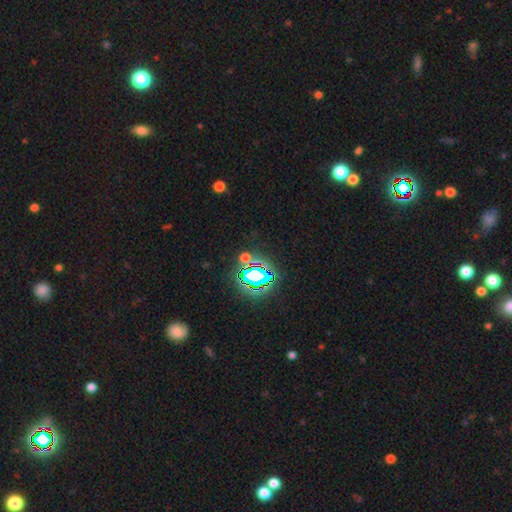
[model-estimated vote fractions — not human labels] This appears to be a star or artifact, not a galaxy (80%).